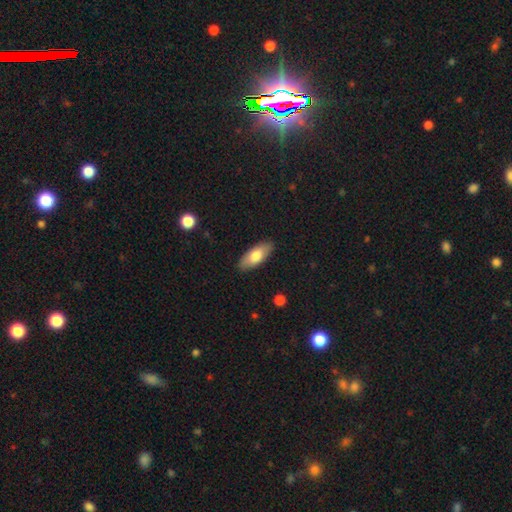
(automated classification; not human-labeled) Smooth or featured? Predicted: smooth (p=0.74). How rounded? Predicted: in between (p=0.81). Merging? Predicted: none (p=0.88).